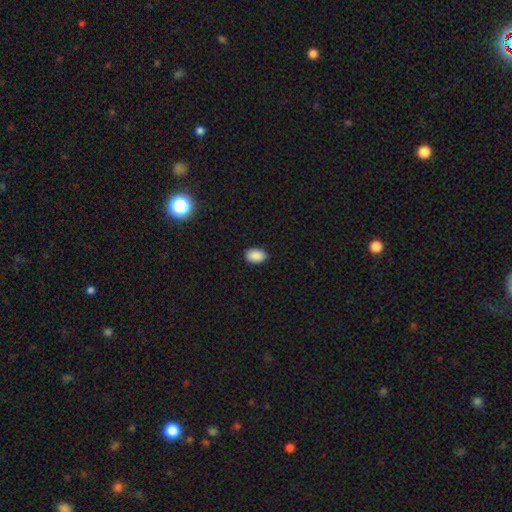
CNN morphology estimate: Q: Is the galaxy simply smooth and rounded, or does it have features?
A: smooth — 90%.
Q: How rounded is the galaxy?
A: in between — 85%.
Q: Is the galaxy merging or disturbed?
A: none — 90%.